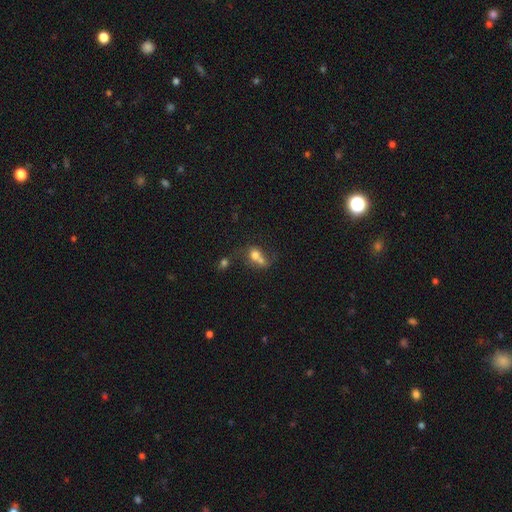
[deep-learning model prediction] Smooth or featured: smooth — 67% (featured or disk — 21%)
How rounded: round — 56% (in between — 42%)
Merging: merger — 63% (none — 21%)